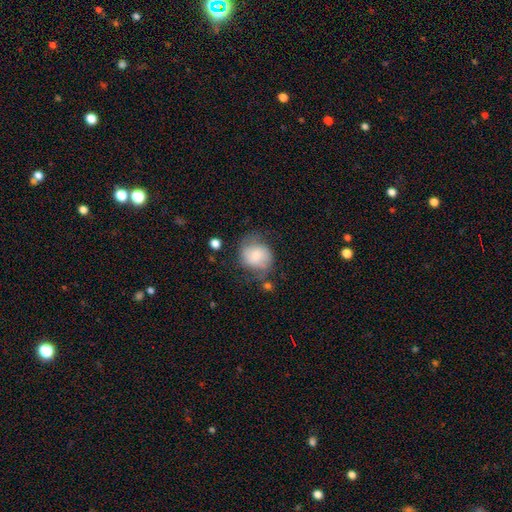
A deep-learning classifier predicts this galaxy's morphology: Smooth or featured?
  - smooth: 66% *
  - featured or disk: 26%
  - star or artifact: 8%
How rounded?
  - round: 72% *
  - in between: 27%
  - cigar-shaped: 1%
Merging?
  - none: 53% *
  - minor disturbance: 28%
  - major disturbance: 14%
  - merger: 4%